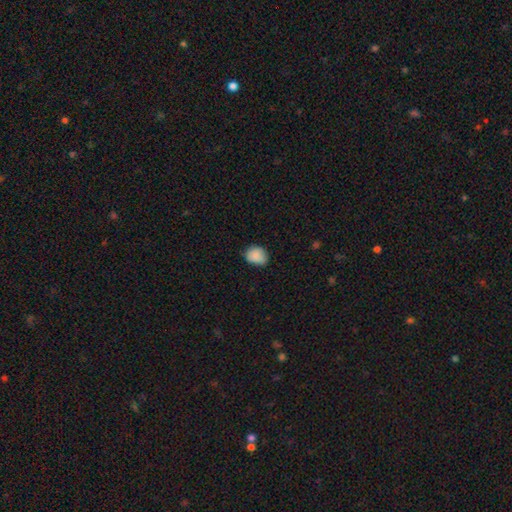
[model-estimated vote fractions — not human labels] Q: Smooth or featured?
A: smooth (87%); runner-up: star or artifact (8%)
Q: How rounded?
A: round (51%); runner-up: in between (48%)
Q: Merging?
A: none (68%); runner-up: minor disturbance (27%)